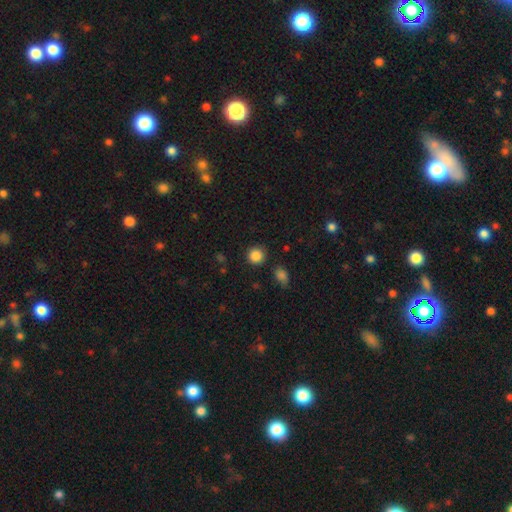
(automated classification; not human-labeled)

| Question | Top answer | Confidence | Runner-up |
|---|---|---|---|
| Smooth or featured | smooth | 86% | star or artifact (10%) |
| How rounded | round | 92% | in between (7%) |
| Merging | none | 87% | minor disturbance (8%) |